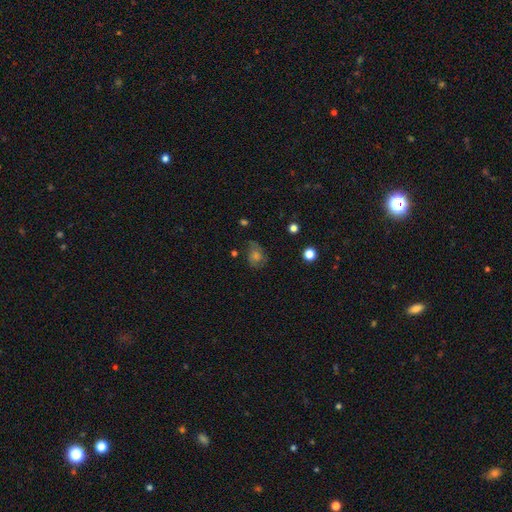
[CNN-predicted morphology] type=smooth (42%); merging=none (62%).